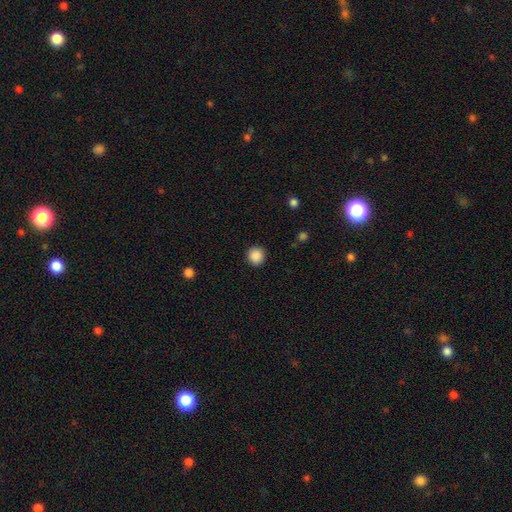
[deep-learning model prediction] Overall: smooth (88%). How rounded: round (92%). Merging: none (91%).